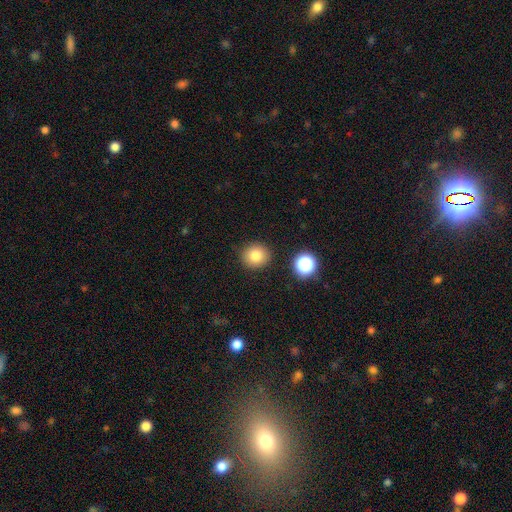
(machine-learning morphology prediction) Smooth or featured? smooth (80%)
How rounded? round (87%)
Merging? none (89%)